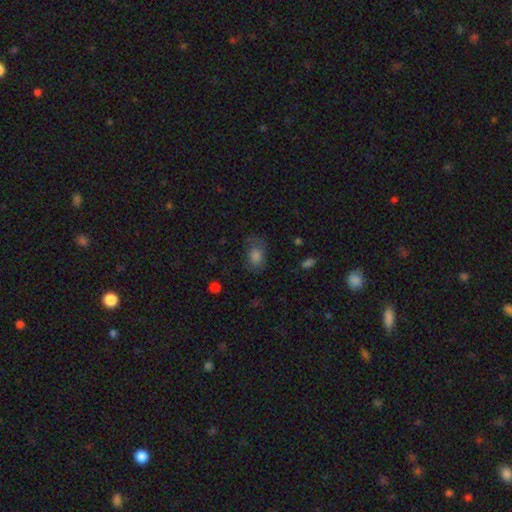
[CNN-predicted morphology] This appears to be a smooth galaxy with no disk features (73%) that is in between round and cigar-shaped (70%). Merging: none (60%).